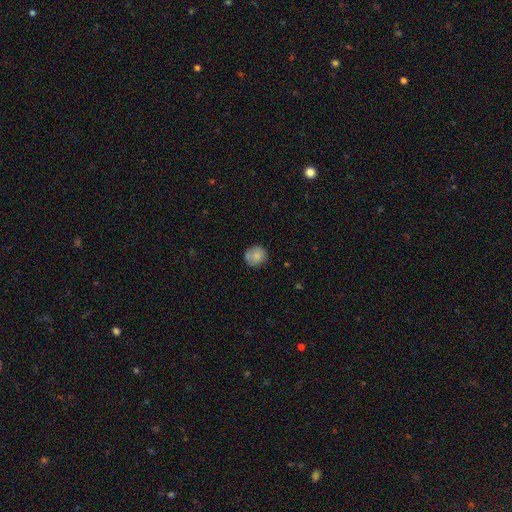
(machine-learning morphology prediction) Overall: smooth (79%). How rounded: round (84%). Merging: none (69%).